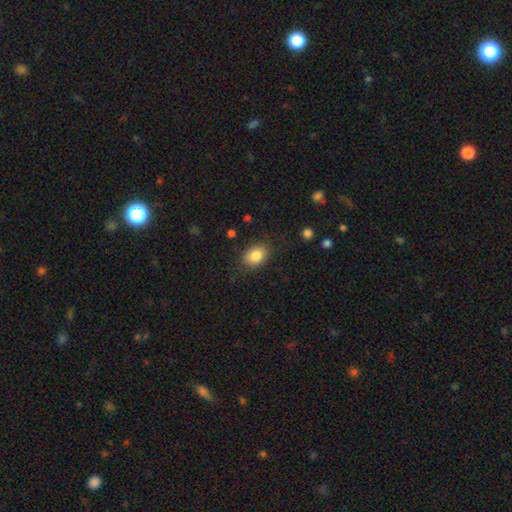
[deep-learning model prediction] A smooth galaxy with no disk features (83%) that is in between round and cigar-shaped (69%).

Vote fractions:
- Smooth or featured? smooth: 83% / star or artifact: 9% / featured or disk: 8%
- How rounded? in between: 69% / round: 30% / cigar-shaped: 1%
- Merging? none: 82% / minor disturbance: 13% / major disturbance: 4% / merger: 1%